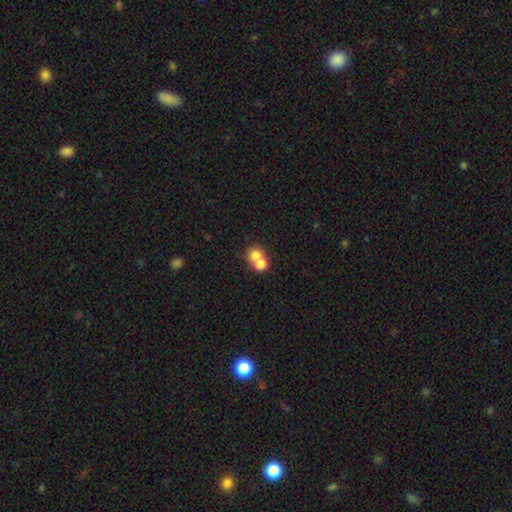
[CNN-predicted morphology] The model was most divided on "merging": merger: 69%, none: 25%, minor disturbance: 4%, major disturbance: 2%. More confident: how rounded — round (75%); smooth or featured — smooth (74%).